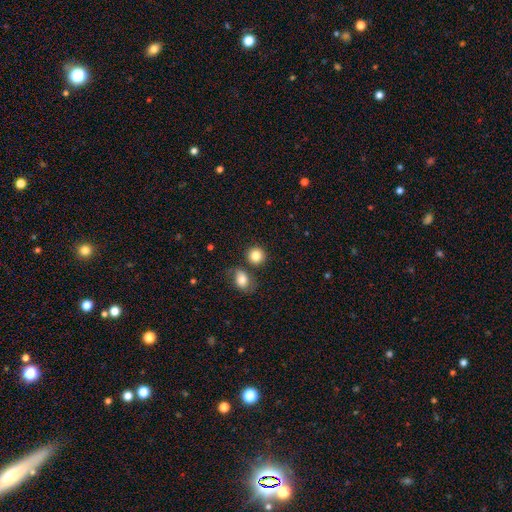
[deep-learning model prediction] Overall: smooth (84%). How rounded: round (88%). Merging: none (74%).